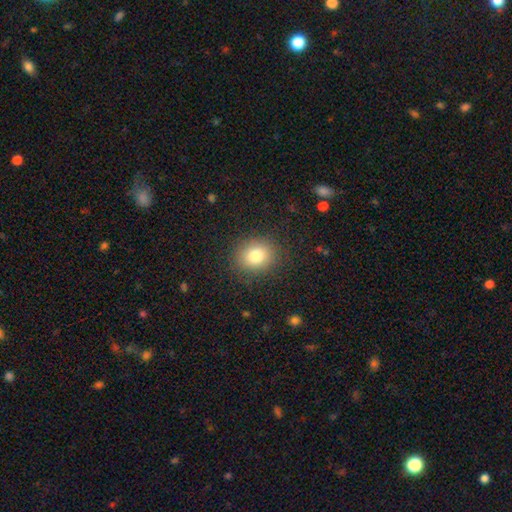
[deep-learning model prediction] Q: Smooth or featured?
A: smooth (80%); runner-up: star or artifact (12%)
Q: How rounded?
A: round (68%); runner-up: in between (32%)
Q: Merging?
A: none (87%); runner-up: minor disturbance (8%)